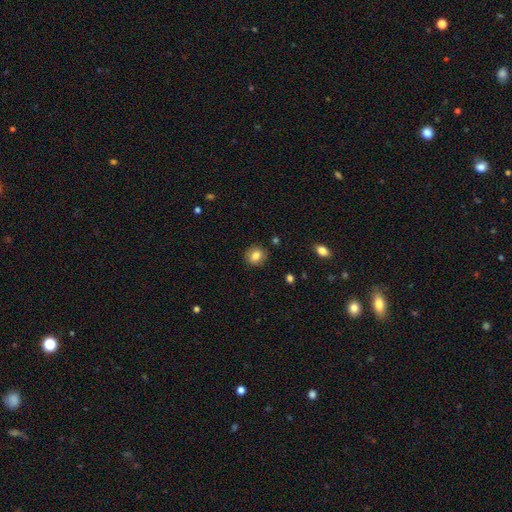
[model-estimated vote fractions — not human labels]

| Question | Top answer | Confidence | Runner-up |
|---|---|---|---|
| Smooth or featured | smooth | 80% | featured or disk (10%) |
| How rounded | round | 72% | in between (27%) |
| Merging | none | 87% | minor disturbance (9%) |